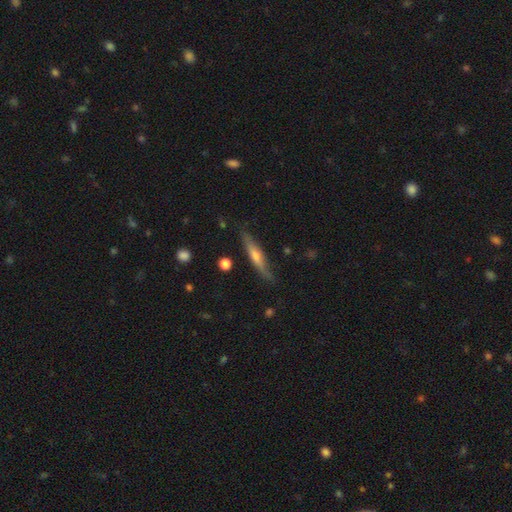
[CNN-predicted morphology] Overall: featured or disk (54%; smooth 40%). Edge-on disk: yes (93%). Merging: none (82%).